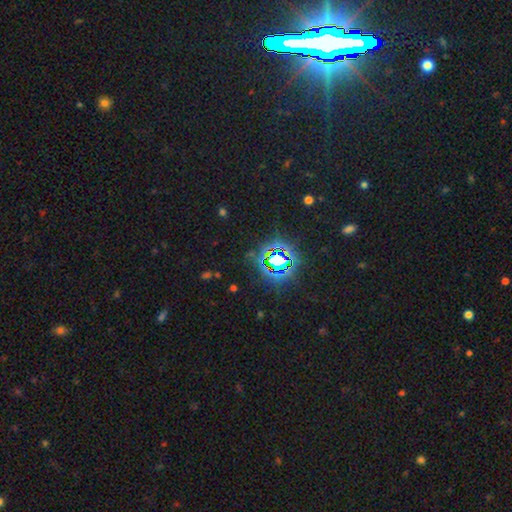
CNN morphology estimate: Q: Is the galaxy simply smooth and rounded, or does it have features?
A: star or artifact — 82%.